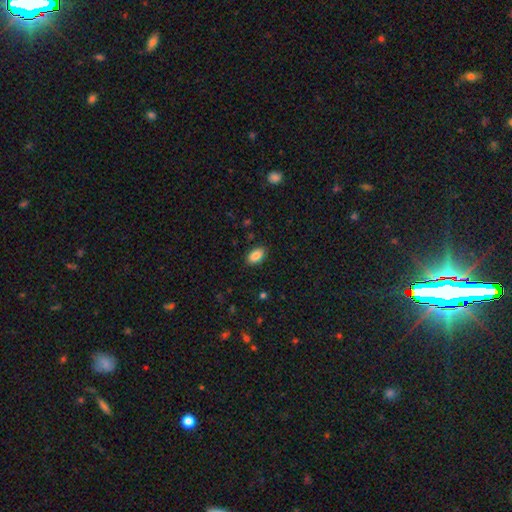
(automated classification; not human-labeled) This is clearly a smooth galaxy (87%). How rounded: clearly in between (92%). Merging: clearly none (88%).